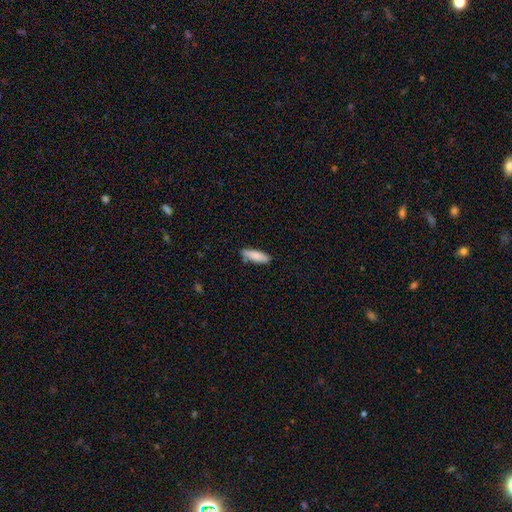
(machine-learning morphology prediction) smooth_or_featured: smooth (p=0.86) [alt: featured or disk p=0.08]
how_rounded: in between (p=0.52) [alt: cigar-shaped p=0.46]
merging: none (p=0.79) [alt: minor disturbance p=0.15]